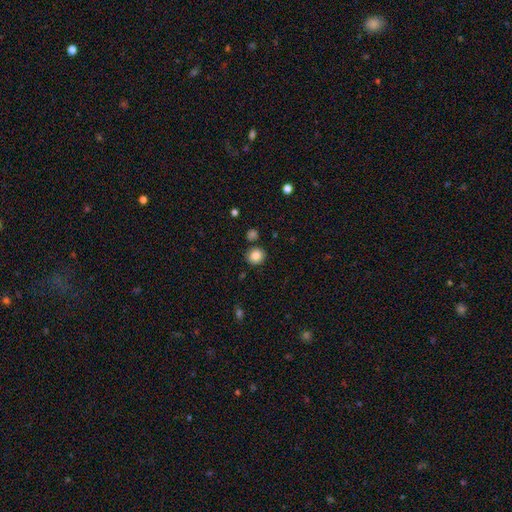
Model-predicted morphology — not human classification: This is clearly a smooth galaxy (86%). How rounded: clearly round (84%). Merging: clearly none (83%).